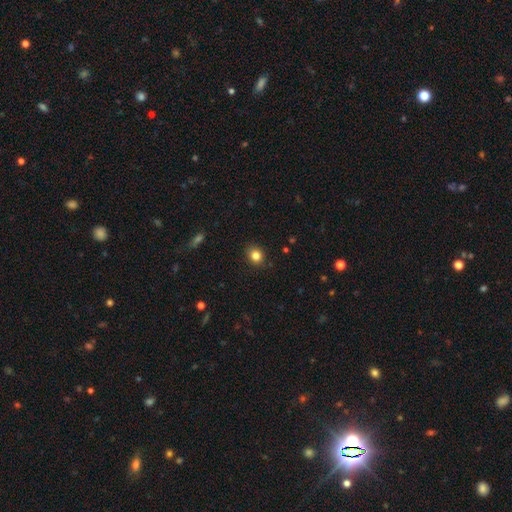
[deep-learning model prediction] The model was most divided on "how rounded": round: 71%, in between: 28%, cigar-shaped: 1%. More confident: merging — none (88%); smooth or featured — smooth (83%).